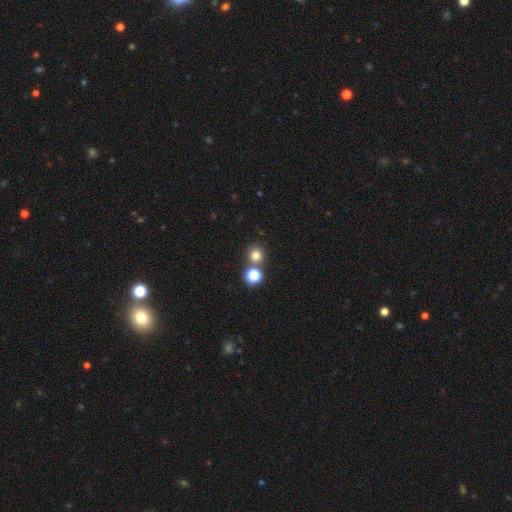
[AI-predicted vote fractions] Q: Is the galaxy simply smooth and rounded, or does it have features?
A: smooth — 75%.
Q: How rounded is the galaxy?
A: round — 90%.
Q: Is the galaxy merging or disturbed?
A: none — 70%.